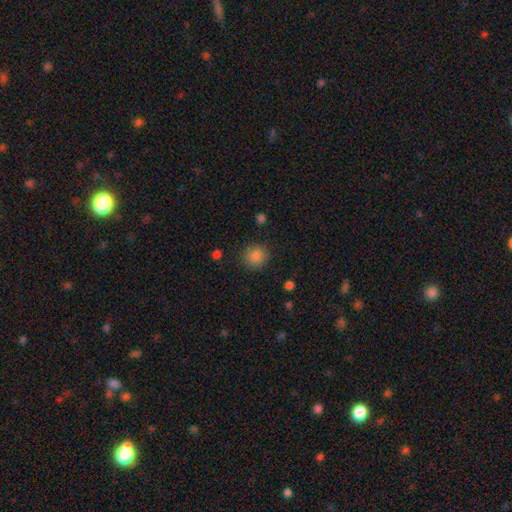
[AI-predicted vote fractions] Morphology: type=smooth (85%); roundness=round (90%); merging=none (88%).